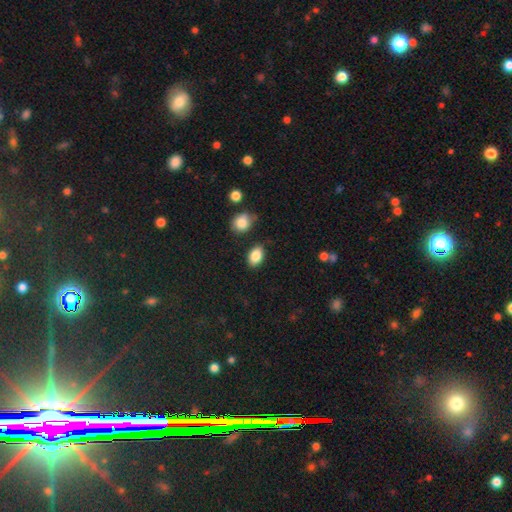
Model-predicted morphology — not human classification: This appears to be a smooth galaxy with no disk features (87%) that is in between round and cigar-shaped (85%). Merging: none (83%).